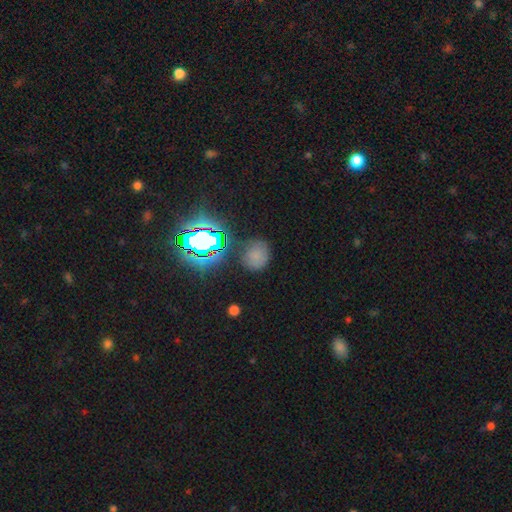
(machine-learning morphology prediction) The model was most divided on "smooth or featured": smooth: 67%, star or artifact: 24%, featured or disk: 10%. More confident: how rounded — round (79%); merging — none (76%).